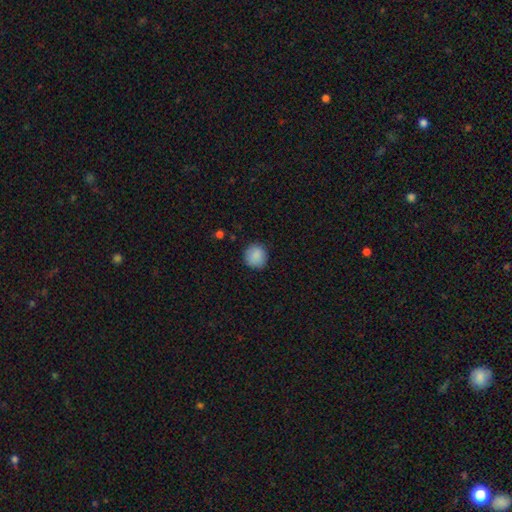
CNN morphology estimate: smooth-or-featured: smooth: 88% | star or artifact: 8% | featured or disk: 4%
  how-rounded: round: 92% | in between: 7% | cigar-shaped: 1%
  merging: none: 87% | minor disturbance: 10% | major disturbance: 2% | merger: 1%